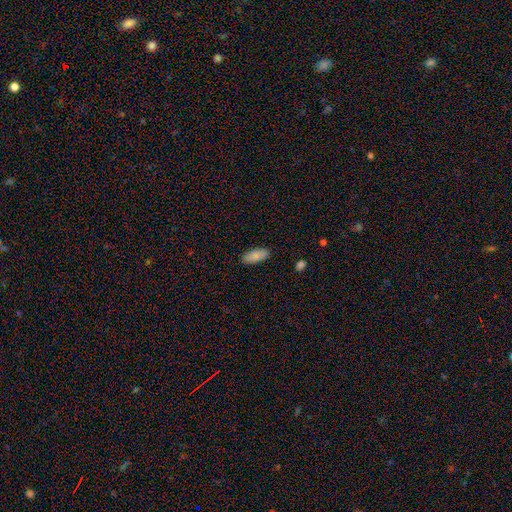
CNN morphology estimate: smooth 88%, star or artifact 6%, featured or disk 6%. Down the decision tree: how rounded — in between (84%); merging — none (88%).